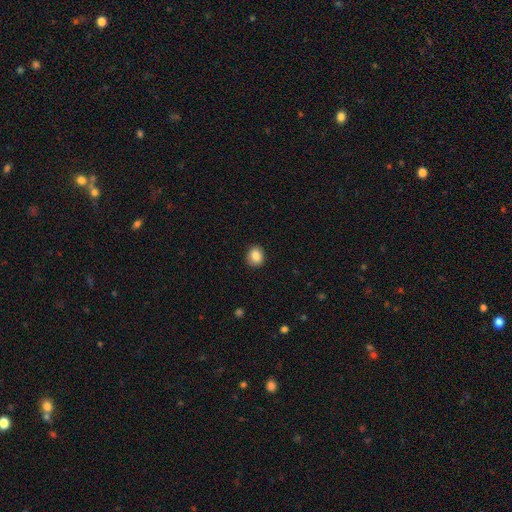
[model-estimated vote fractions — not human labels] This appears to be a smooth galaxy with no disk features (86%) that is round (65%). Merging: none (89%).